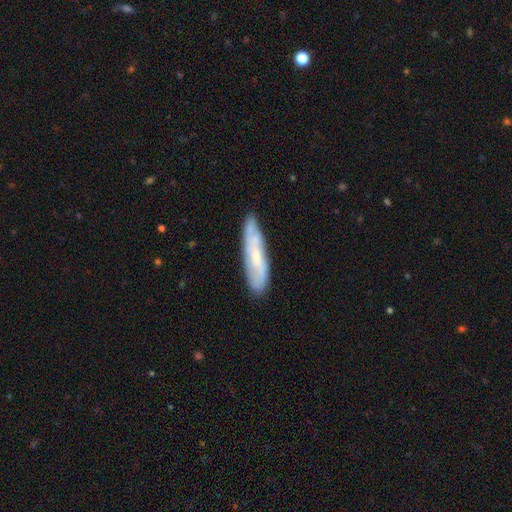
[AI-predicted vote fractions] Smooth or featured? Predicted: featured or disk (p=0.55). Edge-on disk? Predicted: no (p=0.64). Merging? Predicted: none (p=0.78).